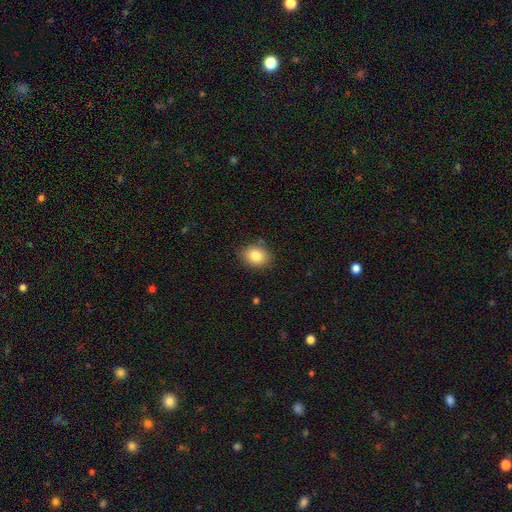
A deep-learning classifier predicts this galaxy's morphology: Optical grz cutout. It shows a smooth galaxy with no disk features (84%) that is in between round and cigar-shaped (57%). Merging: none (83%).